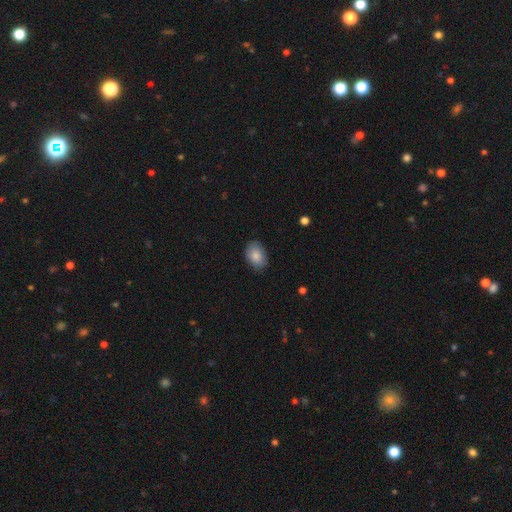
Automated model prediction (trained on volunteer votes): smooth_or_featured: smooth (p=0.85) [alt: featured or disk p=0.08]
how_rounded: in between (p=0.81) [alt: round p=0.18]
merging: none (p=0.80) [alt: minor disturbance p=0.16]